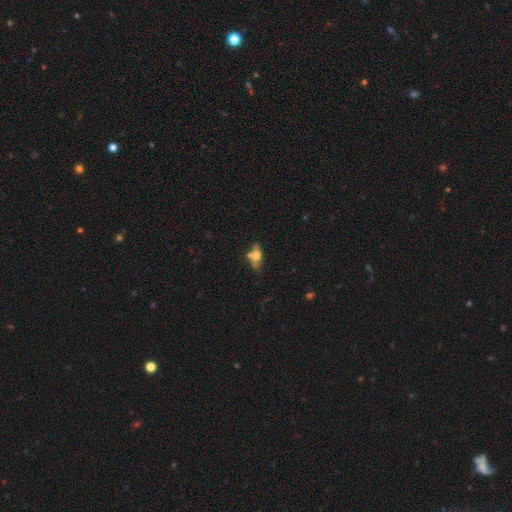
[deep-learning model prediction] A smooth galaxy with no disk features (55%) that is in between round and cigar-shaped (74%). Merging: none (45%).